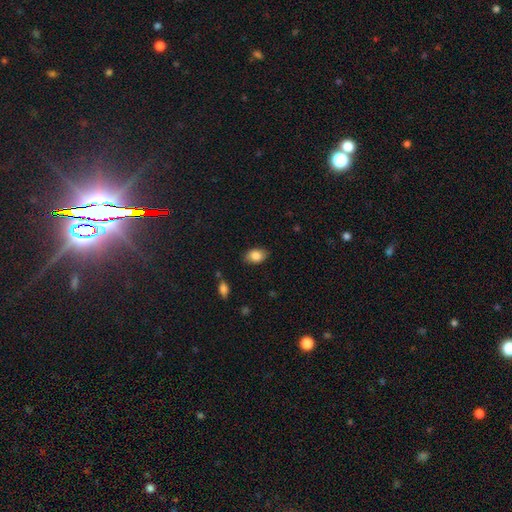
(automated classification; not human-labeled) Smooth or featured? Predicted: smooth (p=0.85). How rounded? Predicted: in between (p=0.83). Merging? Predicted: none (p=0.84).